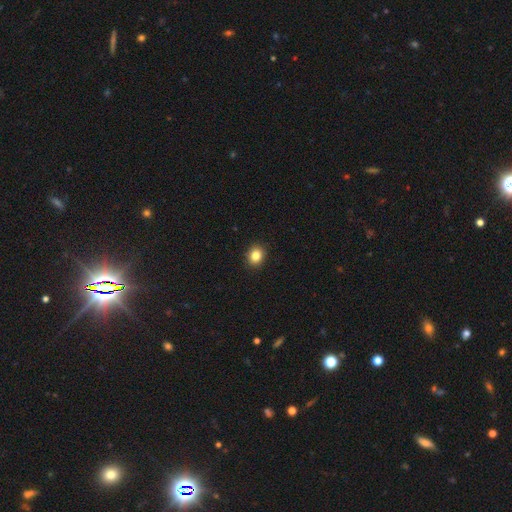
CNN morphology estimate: smooth 84%, star or artifact 10%, featured or disk 5%. Down the decision tree: how rounded — round (67%); merging — none (91%).